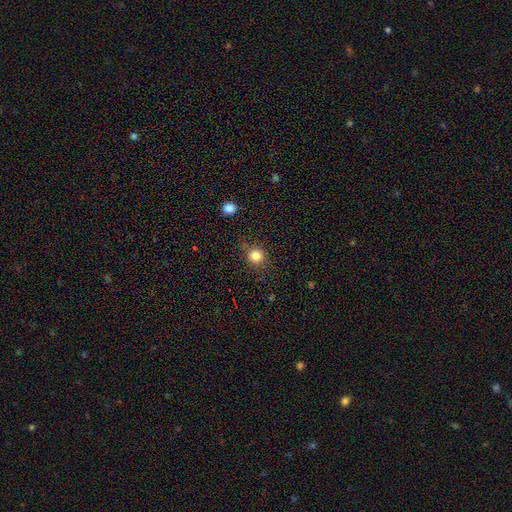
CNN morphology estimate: A smooth galaxy with no disk features (83%) that is round (89%).

Vote fractions:
- Smooth or featured? smooth: 83% / star or artifact: 12% / featured or disk: 5%
- How rounded? round: 89% / in between: 10% / cigar-shaped: 1%
- Merging? none: 79% / minor disturbance: 14% / major disturbance: 5% / merger: 3%